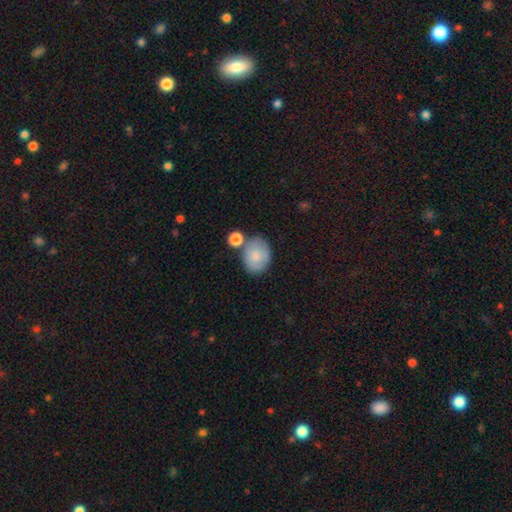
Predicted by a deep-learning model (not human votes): Smooth or featured?
  - smooth: 74% *
  - featured or disk: 19%
  - star or artifact: 7%
How rounded?
  - in between: 57% *
  - round: 42%
  - cigar-shaped: 1%
Merging?
  - none: 59% *
  - minor disturbance: 18%
  - merger: 17%
  - major disturbance: 6%